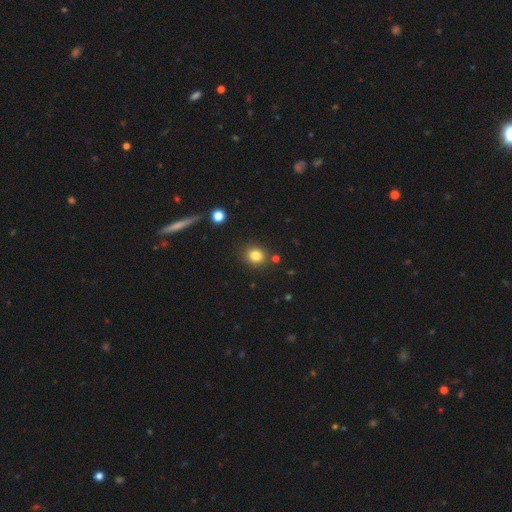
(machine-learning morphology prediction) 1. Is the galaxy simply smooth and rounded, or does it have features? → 82% smooth, 12% star or artifact, 6% featured or disk.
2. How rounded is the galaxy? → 72% round, 27% in between, 1% cigar-shaped.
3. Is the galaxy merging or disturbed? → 83% none, 9% minor disturbance, 5% merger, 3% major disturbance.